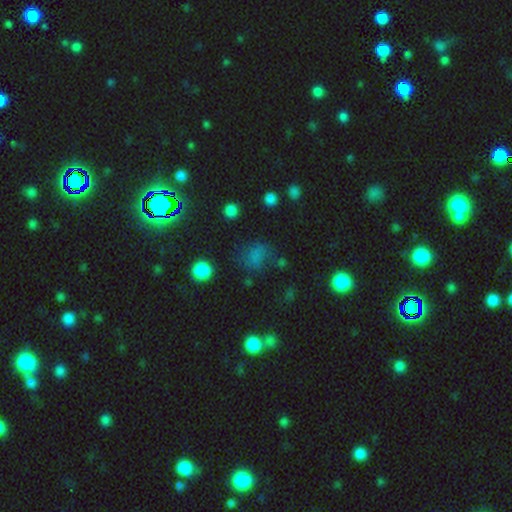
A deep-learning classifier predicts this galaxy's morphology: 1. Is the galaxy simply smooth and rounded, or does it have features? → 60% smooth, 28% star or artifact, 11% featured or disk.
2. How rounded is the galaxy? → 59% round, 39% in between, 2% cigar-shaped.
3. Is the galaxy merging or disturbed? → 52% none, 22% minor disturbance, 19% major disturbance, 7% merger.